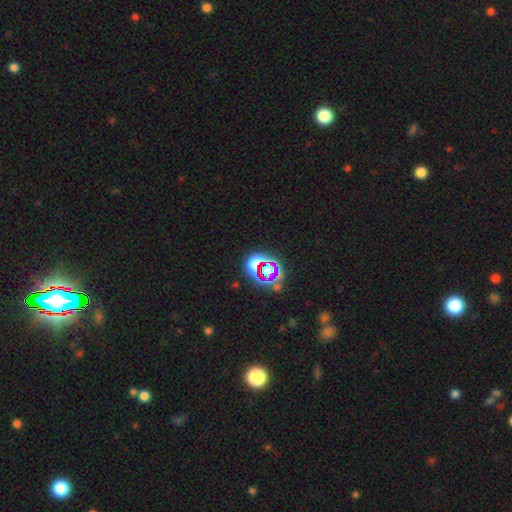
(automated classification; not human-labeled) Smooth or featured? Predicted: star or artifact (p=0.69).